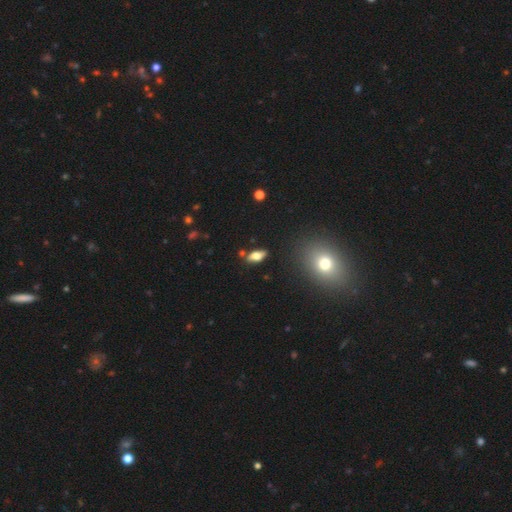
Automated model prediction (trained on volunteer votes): Morphology: type=smooth (62%); roundness=in between (77%); merging=none (79%).